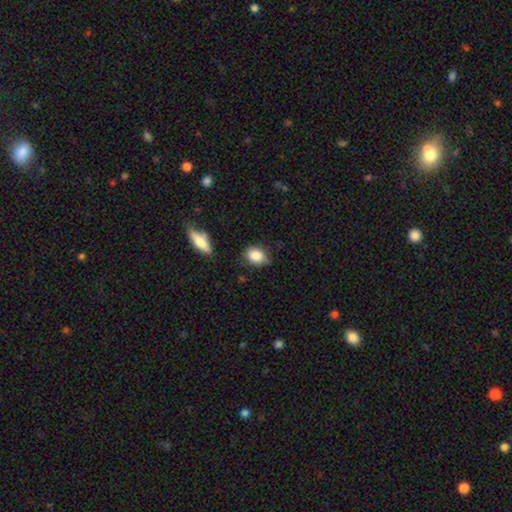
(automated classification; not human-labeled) Morphology: type=smooth (86%); roundness=in between (59%); merging=none (72%).